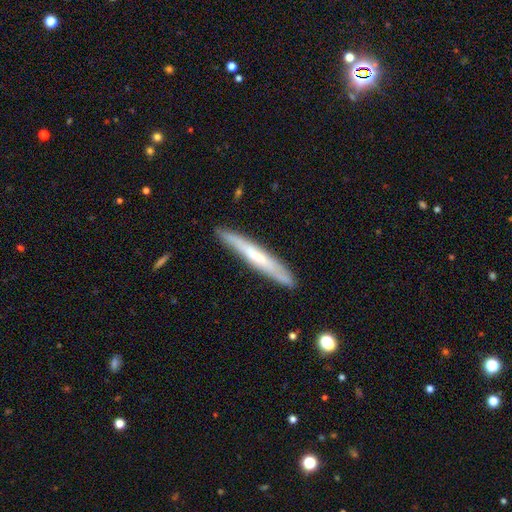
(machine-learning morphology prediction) smooth_or_featured: featured or disk (p=0.50) [alt: smooth p=0.45]
merging: none (p=0.87) [alt: minor disturbance p=0.10]